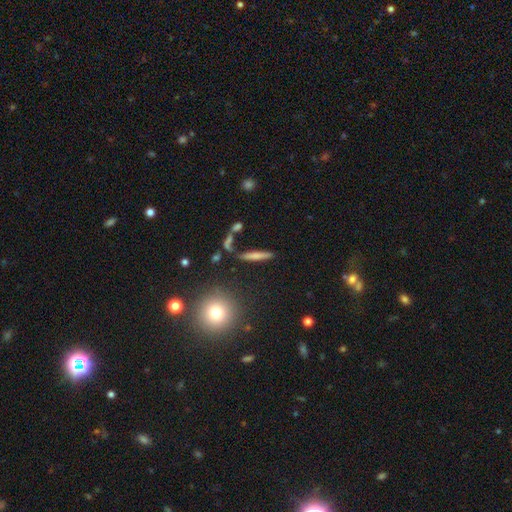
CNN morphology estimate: A smooth galaxy with no disk features (63%) that is cigar-shaped (88%).

Vote fractions:
- Smooth or featured? smooth: 63% / featured or disk: 27% / star or artifact: 10%
- How rounded? cigar-shaped: 88% / in between: 8% / round: 3%
- Merging? none: 74% / minor disturbance: 11% / merger: 9% / major disturbance: 5%